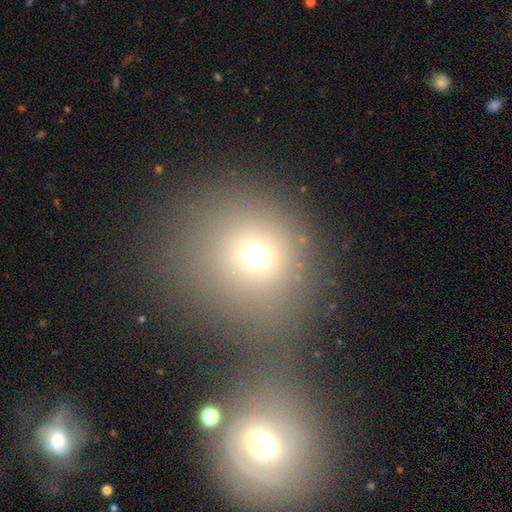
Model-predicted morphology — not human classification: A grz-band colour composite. It shows a smooth galaxy with no disk features (67%) that is round (82%). Merging: none (52%).